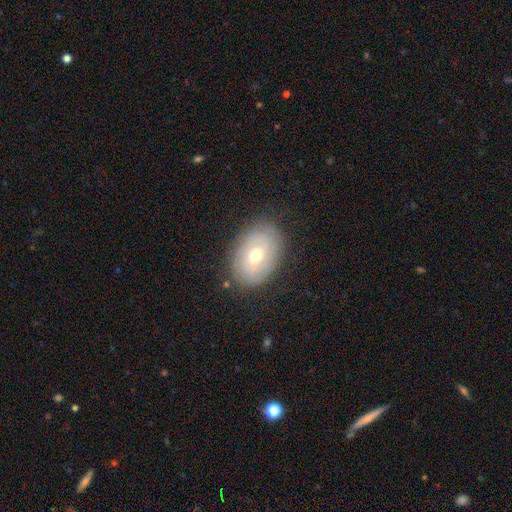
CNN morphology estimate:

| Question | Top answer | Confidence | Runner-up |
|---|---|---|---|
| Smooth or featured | featured or disk | 54% | smooth (37%) |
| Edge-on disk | no | 93% | yes (7%) |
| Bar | no | 62% | weak (30%) |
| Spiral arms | yes | 59% | no (41%) |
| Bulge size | moderate | 50% | small (46%) |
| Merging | none | 80% | minor disturbance (14%) |